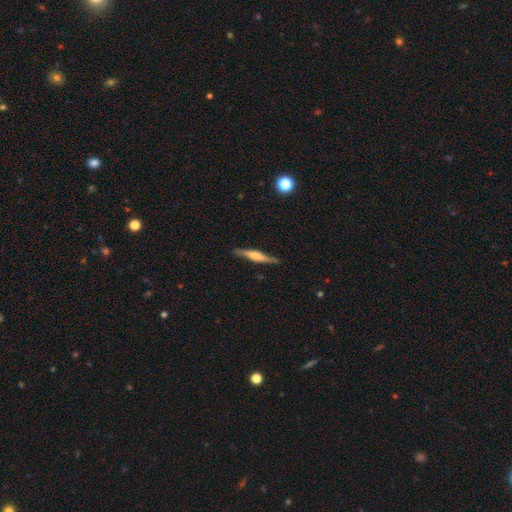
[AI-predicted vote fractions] A featured or disk galaxy (60%) viewed edge-on (96%) with a rounded central bulge (55%).

Vote fractions:
- Smooth or featured? featured or disk: 60% / smooth: 34% / star or artifact: 6%
- Edge-on disk? yes: 96% / no: 4%
- Edge-on bulge? rounded: 55% / boxy: 33% / none: 12%
- Merging? none: 86% / minor disturbance: 11% / major disturbance: 2% / merger: 1%